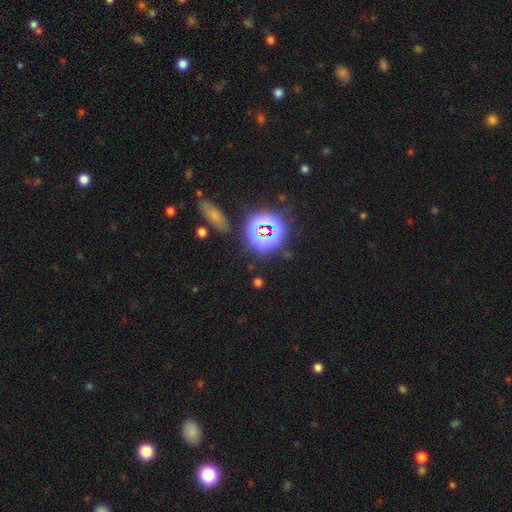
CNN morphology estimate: star or artifact 78%, smooth 14%, featured or disk 8%.